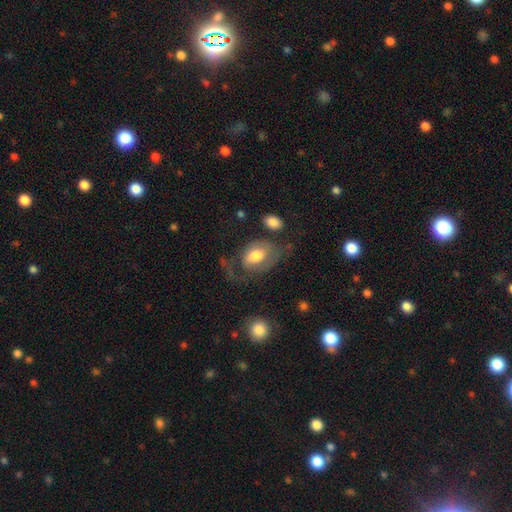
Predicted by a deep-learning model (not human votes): Smooth or featured: smooth — 53% (featured or disk — 41%)
How rounded: in between — 77% (round — 22%)
Merging: major disturbance — 42% (none — 31%)